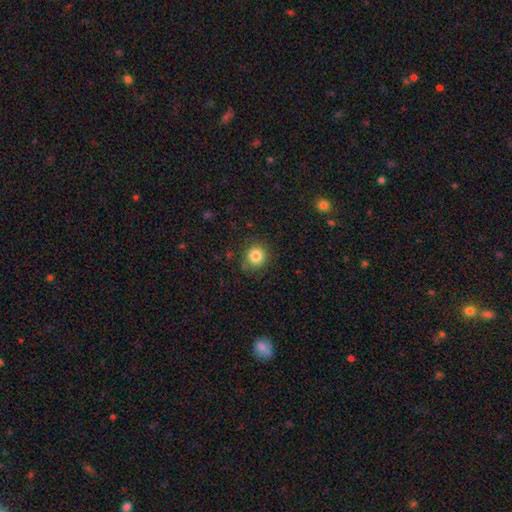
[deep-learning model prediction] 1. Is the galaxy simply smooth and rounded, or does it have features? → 84% smooth, 11% star or artifact, 5% featured or disk.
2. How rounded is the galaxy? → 91% round, 8% in between, 1% cigar-shaped.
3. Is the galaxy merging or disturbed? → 85% none, 11% minor disturbance, 3% major disturbance, 2% merger.